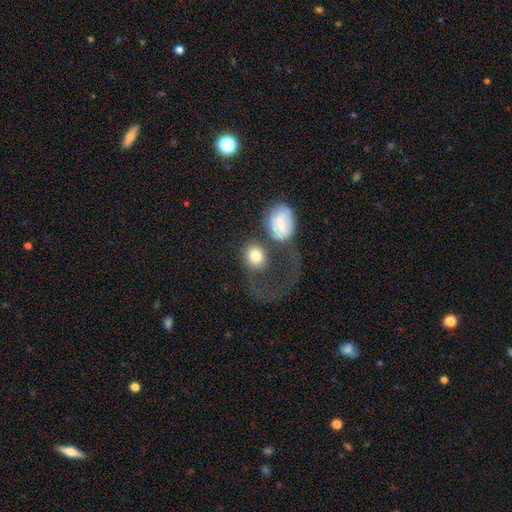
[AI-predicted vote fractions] Smooth or featured: smooth — 74% (featured or disk — 18%)
How rounded: round — 66% (in between — 33%)
Merging: none — 30% (tied with major disturbance — 30%)